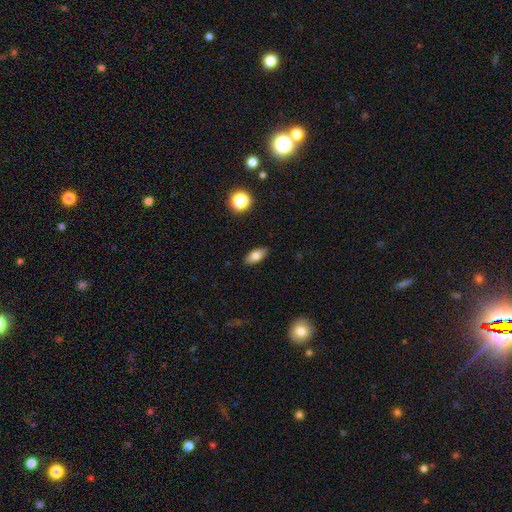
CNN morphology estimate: smooth 77%, featured or disk 14%, star or artifact 9%. Down the decision tree: how rounded — in between (85%); merging — none (88%).